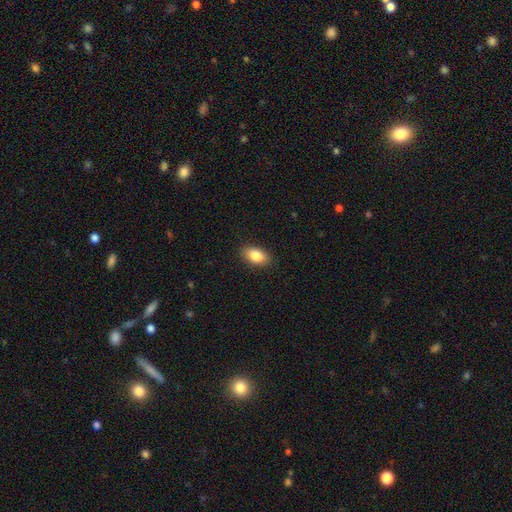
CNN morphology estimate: Smooth or featured? smooth (85%)
How rounded? in between (91%)
Merging? none (88%)